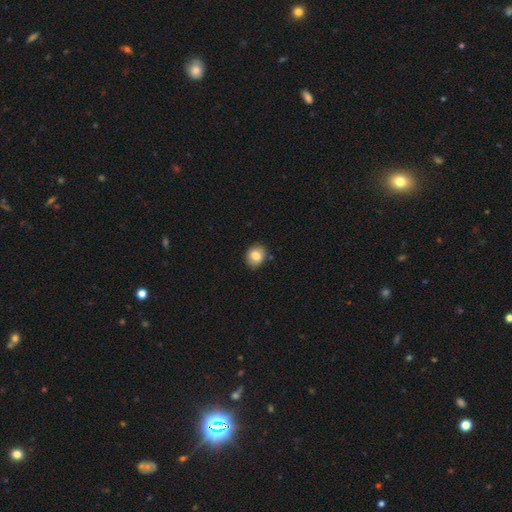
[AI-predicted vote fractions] Smooth or featured? Predicted: smooth (p=0.78). How rounded? Predicted: round (p=0.52). Merging? Predicted: none (p=0.84).